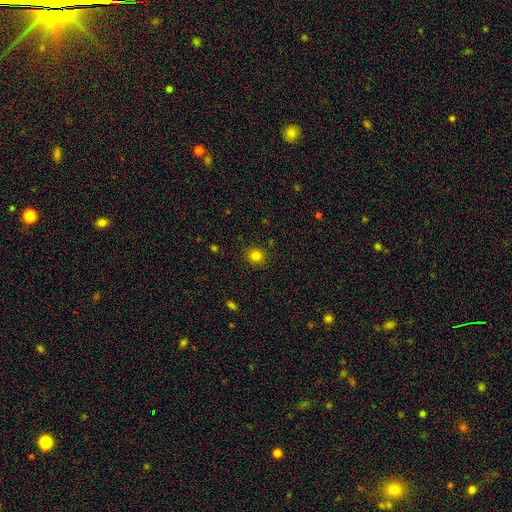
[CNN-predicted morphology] A smooth galaxy with no disk features (82%) that is round (90%). Merging: none (90%).